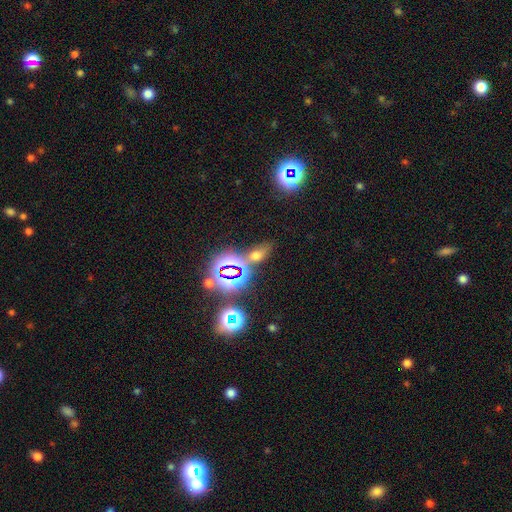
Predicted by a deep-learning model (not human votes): smooth_or_featured: smooth (p=0.46) [alt: star or artifact p=0.43]
merging: none (p=0.62) [alt: merger p=0.18]